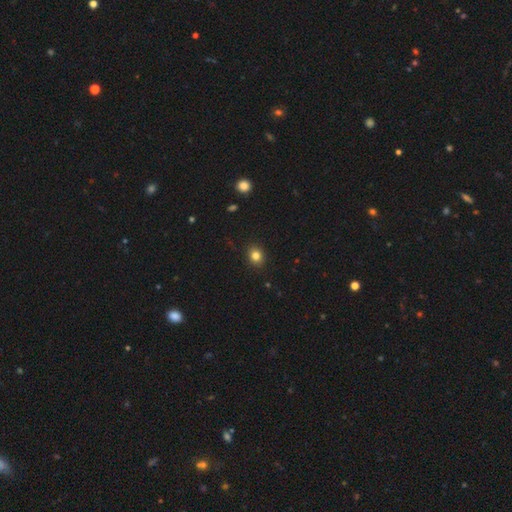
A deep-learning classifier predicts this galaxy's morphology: smooth_or_featured: smooth (p=0.82) [alt: star or artifact p=0.12]
how_rounded: round (p=0.68) [alt: in between p=0.31]
merging: none (p=0.90) [alt: minor disturbance p=0.07]